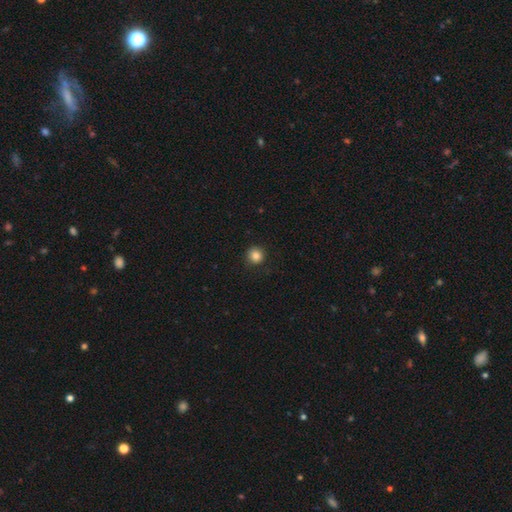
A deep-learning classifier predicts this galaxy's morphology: Q: Smooth or featured?
A: smooth (84%); runner-up: star or artifact (11%)
Q: How rounded?
A: round (93%); runner-up: in between (6%)
Q: Merging?
A: none (90%); runner-up: minor disturbance (7%)